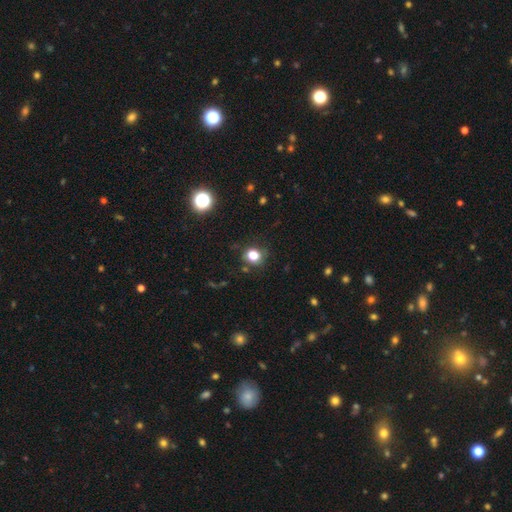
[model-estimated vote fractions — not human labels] This is likely a smooth galaxy (77%). How rounded: clearly round (82%). Merging: clearly none (83%).